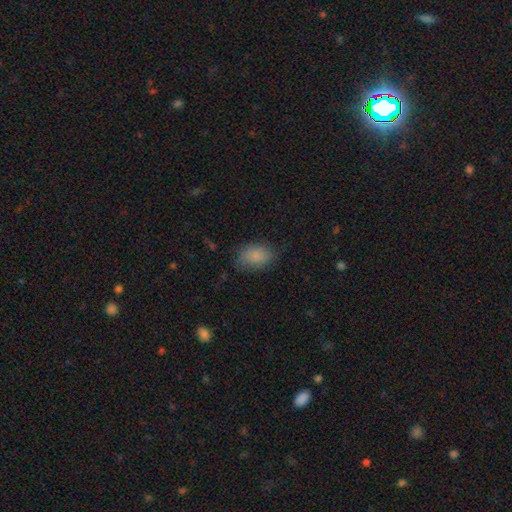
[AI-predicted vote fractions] A smooth galaxy with no disk features (86%) that is in between round and cigar-shaped (82%). Merging: none (76%).